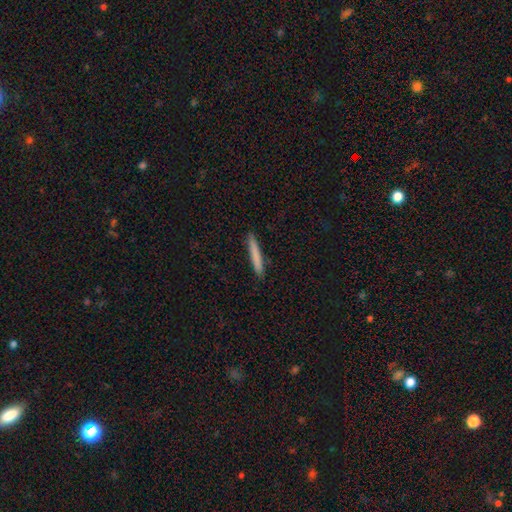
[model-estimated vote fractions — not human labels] This is likely a smooth galaxy (79%). How rounded: clearly cigar-shaped (96%). Merging: clearly none (91%).